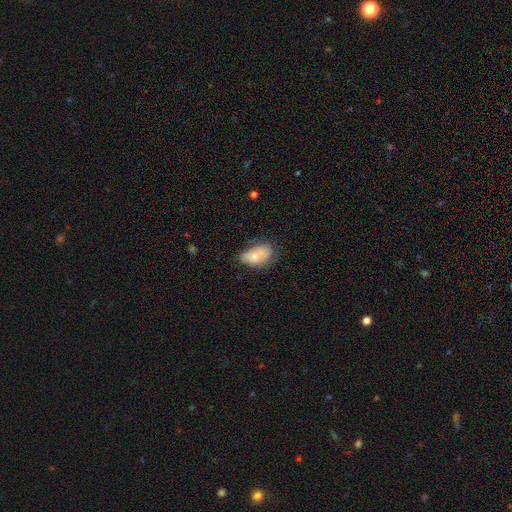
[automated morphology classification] Q: Smooth or featured?
A: smooth (70%); runner-up: featured or disk (23%)
Q: How rounded?
A: in between (91%); runner-up: round (6%)
Q: Merging?
A: none (55%); runner-up: minor disturbance (33%)